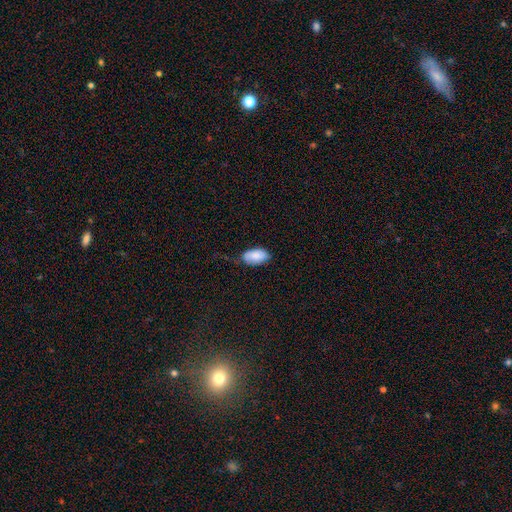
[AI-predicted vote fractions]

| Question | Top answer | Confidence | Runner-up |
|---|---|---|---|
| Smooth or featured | smooth | 85% | featured or disk (8%) |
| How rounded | in between | 95% | round (3%) |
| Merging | none | 57% | minor disturbance (33%) |